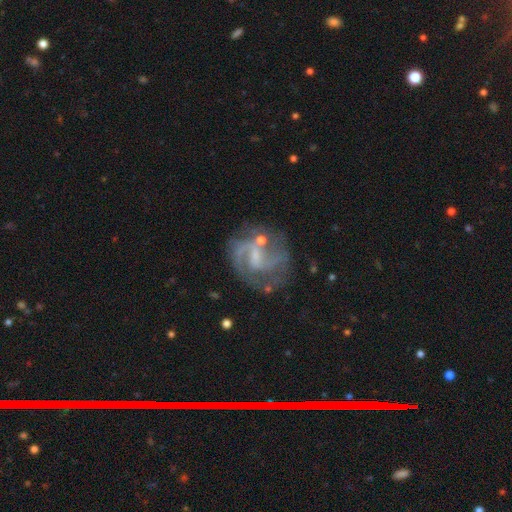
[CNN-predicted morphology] type=featured or disk (84%); edge-on=no (98%); bar=weak (56%); spiral arms=yes (92%); winding=medium (52%); arm count=2 (71%); bulge=small (51%); merging=none (62%).